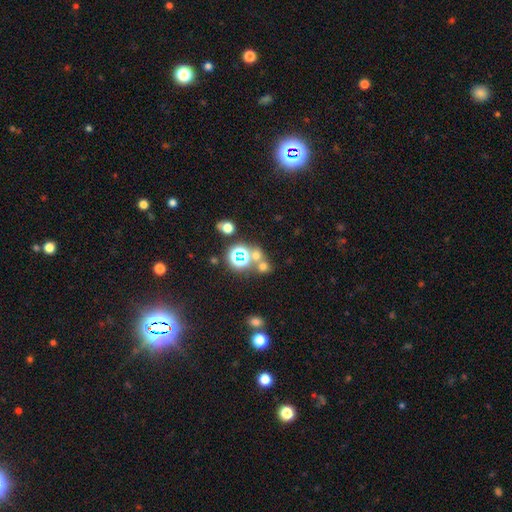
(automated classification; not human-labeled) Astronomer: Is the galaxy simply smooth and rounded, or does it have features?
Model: smooth — 50% (runner-up: star or artifact, 40%).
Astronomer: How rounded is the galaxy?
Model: round — 81%.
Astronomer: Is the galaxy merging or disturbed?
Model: none — 56% (runner-up: merger, 32%).